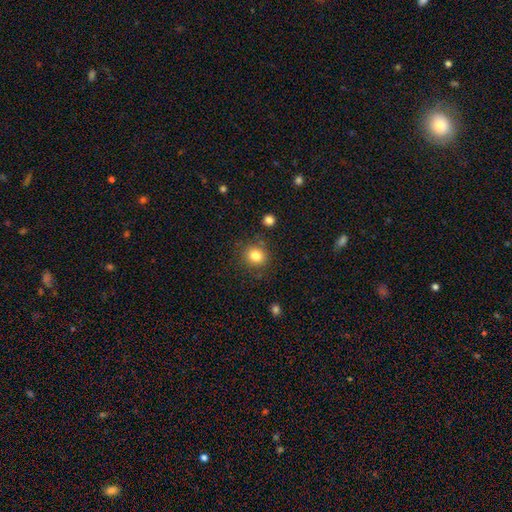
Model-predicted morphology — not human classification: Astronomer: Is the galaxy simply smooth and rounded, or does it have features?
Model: smooth — 83%.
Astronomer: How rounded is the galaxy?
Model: round — 78%.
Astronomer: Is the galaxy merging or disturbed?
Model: none — 82%.